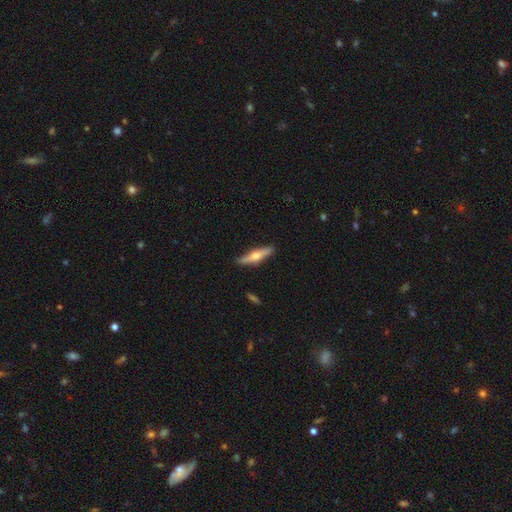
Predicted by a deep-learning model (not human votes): A featured or disk galaxy (60%) viewed edge-on (95%) with a rounded central bulge (93%).

Vote fractions:
- Smooth or featured? featured or disk: 60% / smooth: 34% / star or artifact: 6%
- Edge-on disk? yes: 95% / no: 5%
- Edge-on bulge? rounded: 93% / boxy: 3% / none: 3%
- Merging? none: 88% / minor disturbance: 9% / major disturbance: 2% / merger: 1%